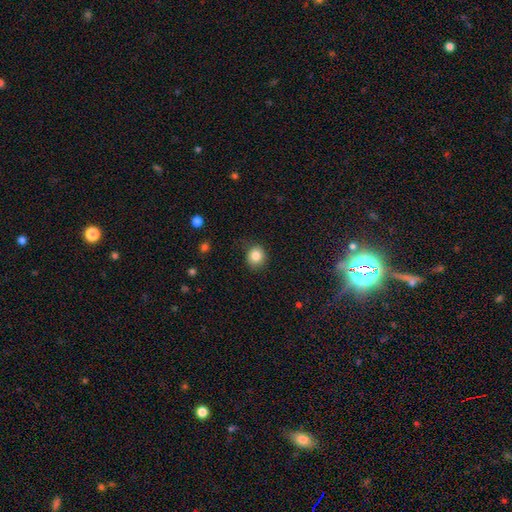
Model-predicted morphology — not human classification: Q: Smooth or featured?
A: smooth (84%); runner-up: star or artifact (10%)
Q: How rounded?
A: round (83%); runner-up: in between (16%)
Q: Merging?
A: none (81%); runner-up: minor disturbance (14%)